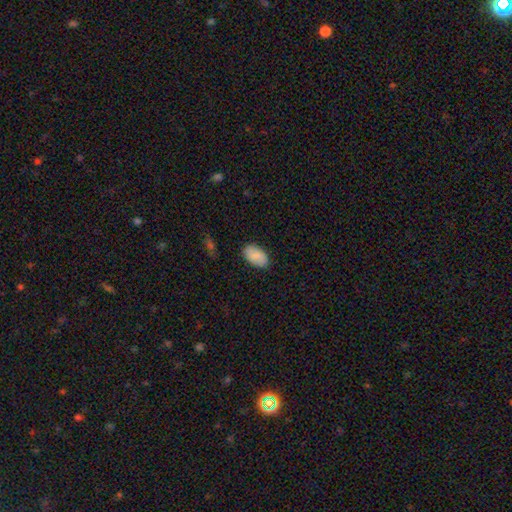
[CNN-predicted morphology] Overall: smooth (84%). How rounded: in between (94%). Merging: none (85%).